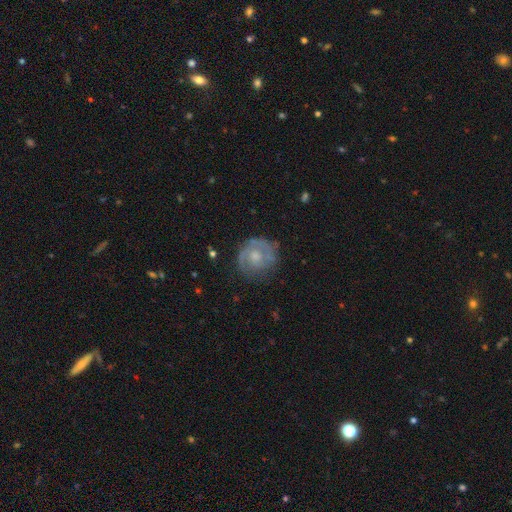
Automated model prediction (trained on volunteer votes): A featured or disk galaxy (66%) with no bar (73%), 2 (46%) tight (56%) spiral arms (79%) and a moderate central bulge (51%). Merging: none (73%).